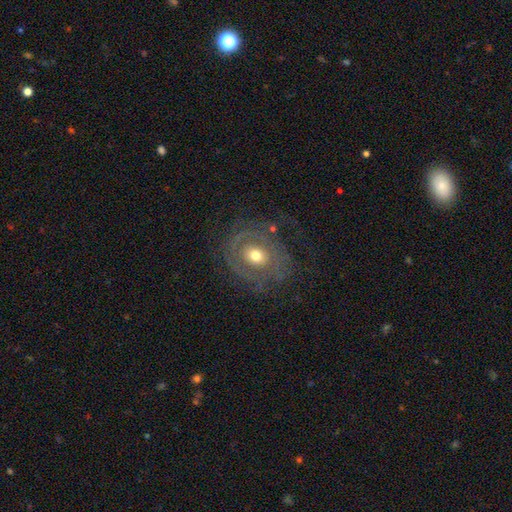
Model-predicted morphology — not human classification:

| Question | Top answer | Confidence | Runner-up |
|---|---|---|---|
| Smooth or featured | featured or disk | 62% | smooth (29%) |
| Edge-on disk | no | 96% | yes (4%) |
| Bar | no | 84% | weak (12%) |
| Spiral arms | yes | 54% | no (46%) |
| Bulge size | moderate | 66% | small (24%) |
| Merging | none | 63% | minor disturbance (18%) |